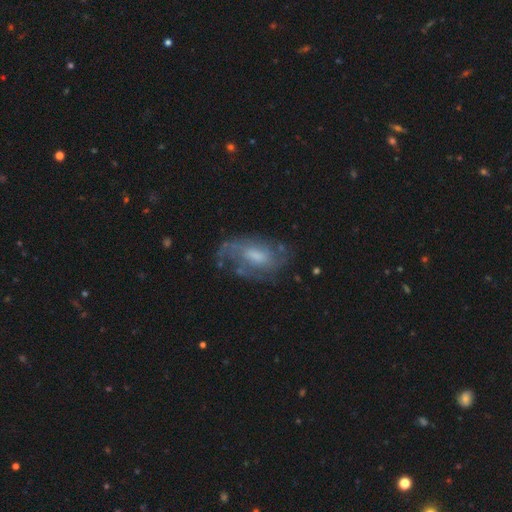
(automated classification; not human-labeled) A featured or disk galaxy (71%) with a weak bar (48%), medium (42%) spiral arms (82%) and a moderate central bulge (47%). Merging: none (58%).